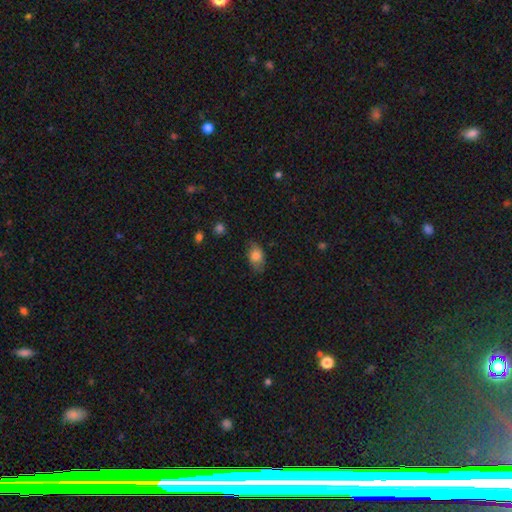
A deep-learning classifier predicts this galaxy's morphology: Smooth or featured? smooth (77%)
How rounded? in between (86%)
Merging? none (71%)